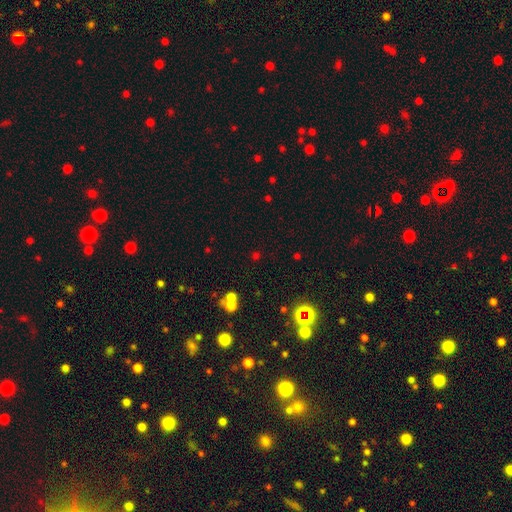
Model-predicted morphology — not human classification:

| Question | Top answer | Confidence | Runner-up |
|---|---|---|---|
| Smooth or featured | smooth | 46% | star or artifact (44%) |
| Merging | none | 64% | merger (23%) |